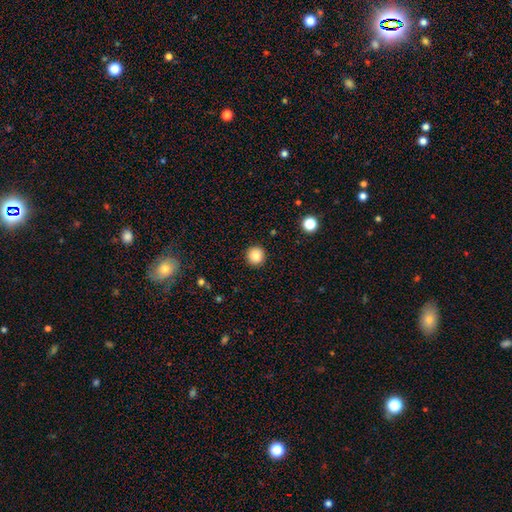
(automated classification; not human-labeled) Morphology: type=smooth (85%); roundness=round (95%); merging=none (93%).